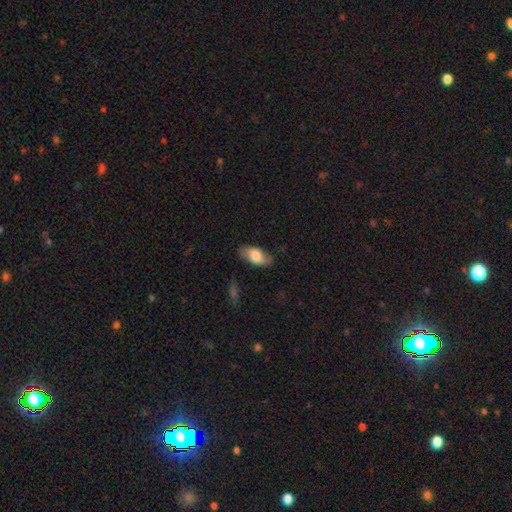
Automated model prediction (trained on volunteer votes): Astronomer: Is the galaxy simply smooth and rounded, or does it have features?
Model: smooth — 64%.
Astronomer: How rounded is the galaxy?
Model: in between — 91%.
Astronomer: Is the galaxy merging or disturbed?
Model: none — 74%.